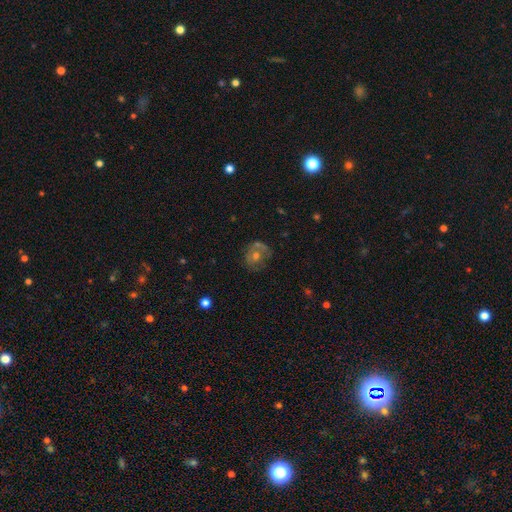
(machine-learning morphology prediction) This appears to be a featured or disk galaxy (50%). Merging: none (61%).